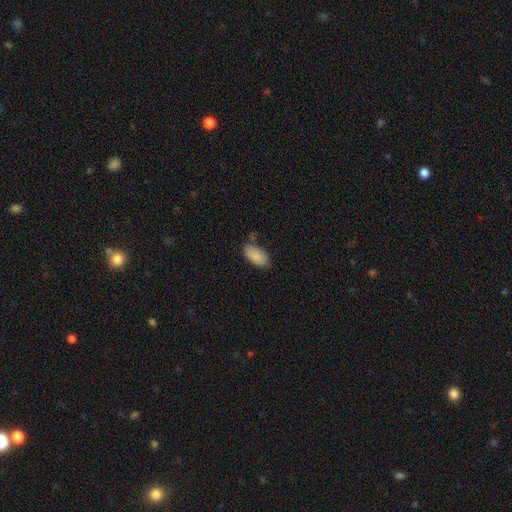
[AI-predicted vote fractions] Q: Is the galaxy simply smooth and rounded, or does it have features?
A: smooth — 87%.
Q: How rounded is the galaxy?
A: in between — 94%.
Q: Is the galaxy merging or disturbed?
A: none — 68%.